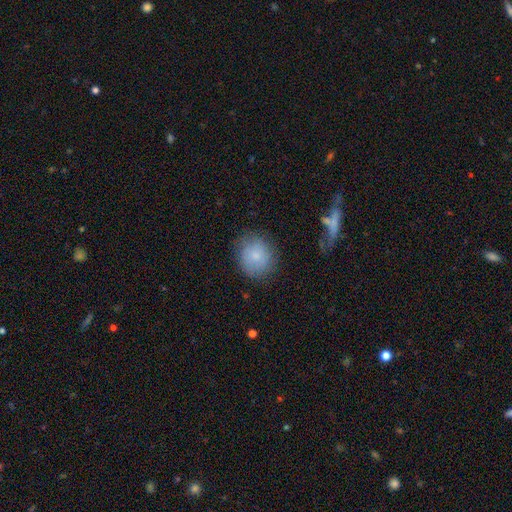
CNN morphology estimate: Smooth or featured? smooth (79%)
How rounded? round (83%)
Merging? none (78%)